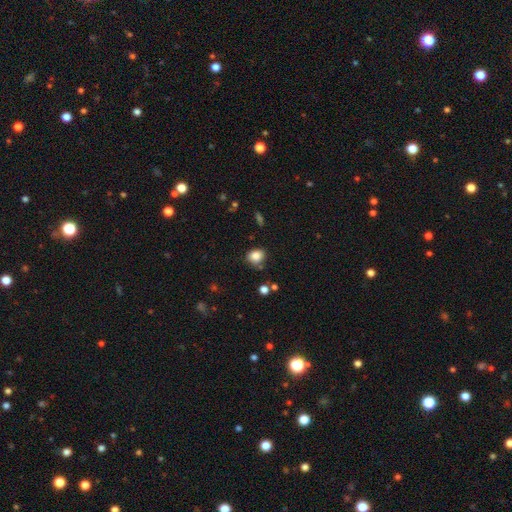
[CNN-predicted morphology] Q: Smooth or featured?
A: smooth (84%); runner-up: star or artifact (10%)
Q: How rounded?
A: round (52%); runner-up: in between (47%)
Q: Merging?
A: none (73%); runner-up: minor disturbance (19%)